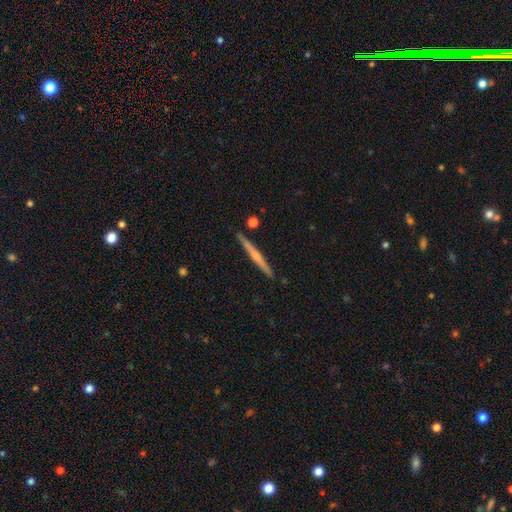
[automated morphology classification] Smooth or featured? featured or disk (64%)
Edge-on disk? yes (98%)
Edge-on bulge? rounded (59%)
Merging? none (91%)